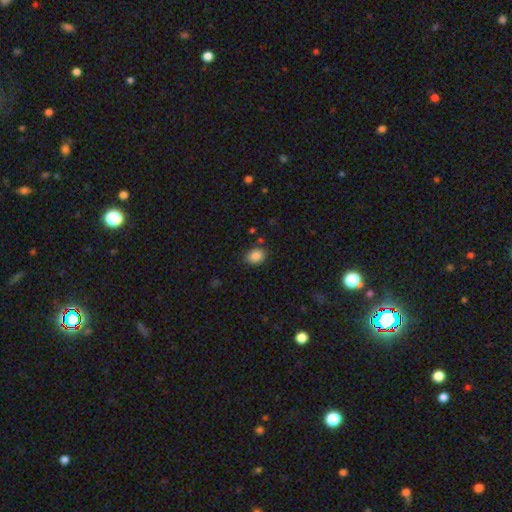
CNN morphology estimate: Smooth or featured?
  - smooth: 87% *
  - star or artifact: 9%
  - featured or disk: 4%
How rounded?
  - in between: 61% *
  - round: 39%
  - cigar-shaped: 1%
Merging?
  - none: 81% *
  - minor disturbance: 13%
  - major disturbance: 3%
  - merger: 3%